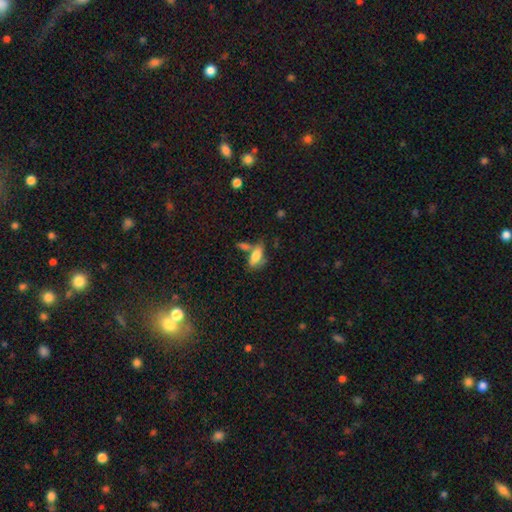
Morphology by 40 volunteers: Smooth or featured: smooth — 70% (featured or disk — 28%)
How rounded: in between — 71% (cigar-shaped — 25%)
Merging: none — 31% (tied with merger — 31%)